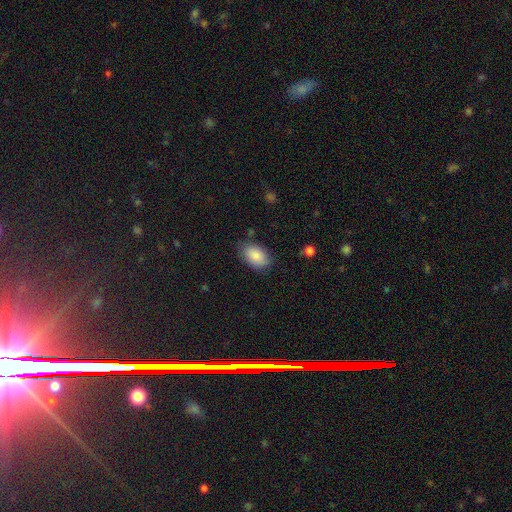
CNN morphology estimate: smooth-or-featured: smooth: 87% | star or artifact: 7% | featured or disk: 7%
  how-rounded: in between: 91% | round: 7% | cigar-shaped: 1%
  merging: none: 78% | minor disturbance: 17% | major disturbance: 4% | merger: 2%